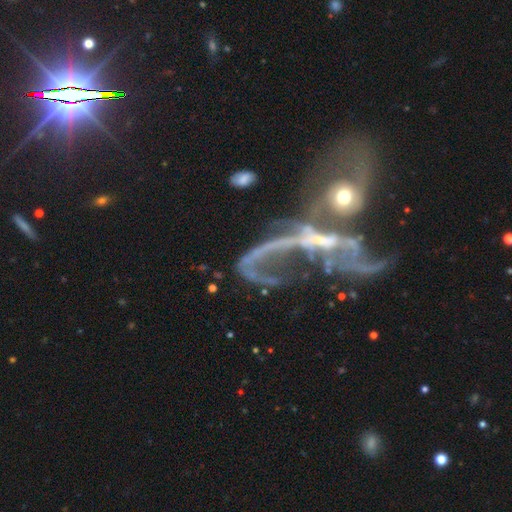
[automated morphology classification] The model was most divided on "bulge size": small: 39%, none: 33%, moderate: 22%, large: 3%, dominant: 2%. Remaining: edge-on disk — no (91%); smooth or featured — featured or disk (70%); bar — no (62%); spiral arms — yes (58%); merging — merger (42%).